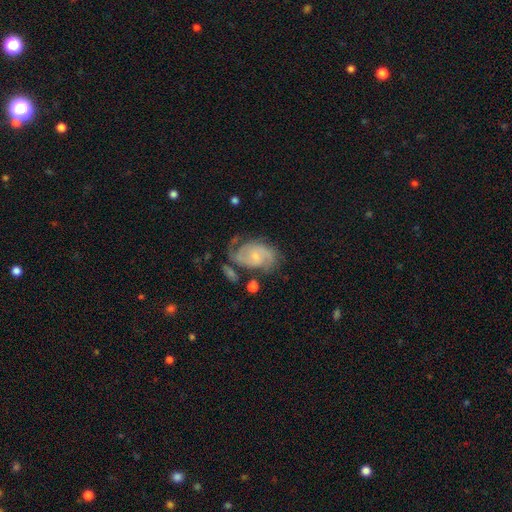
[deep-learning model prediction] featured or disk 80%, smooth 14%, star or artifact 6%. Down the decision tree: edge-on disk — no (97%); bar — no (62%); spiral arms — yes (94%); spiral arm count — 2 (72%); spiral winding — medium (44%); bulge size — small (68%); merging — none (56%).